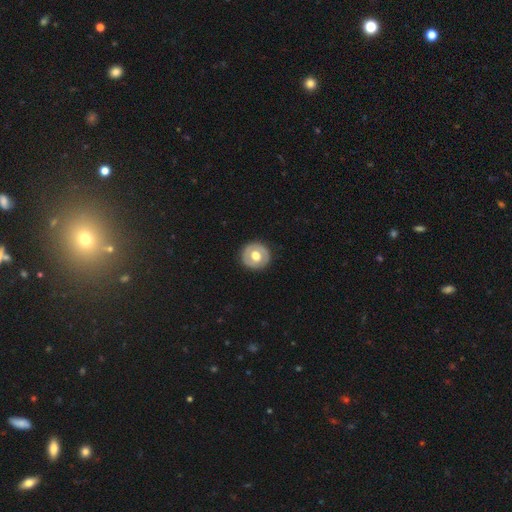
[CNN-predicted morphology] Smooth or featured?
  - smooth: 48% *
  - featured or disk: 47%
  - star or artifact: 6%
Merging?
  - none: 88% *
  - minor disturbance: 8%
  - major disturbance: 2%
  - merger: 1%